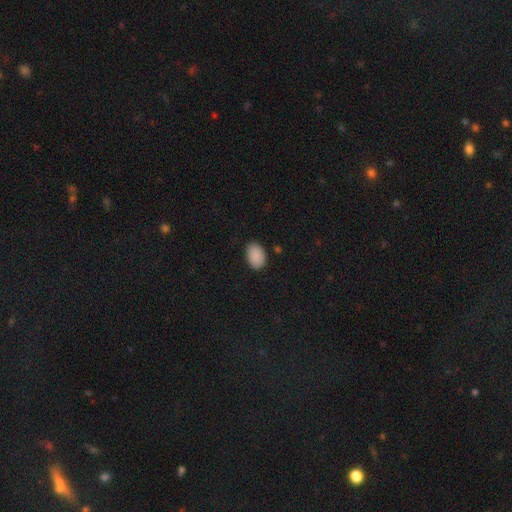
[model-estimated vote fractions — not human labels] Smooth or featured? smooth (90%)
How rounded? in between (86%)
Merging? none (86%)